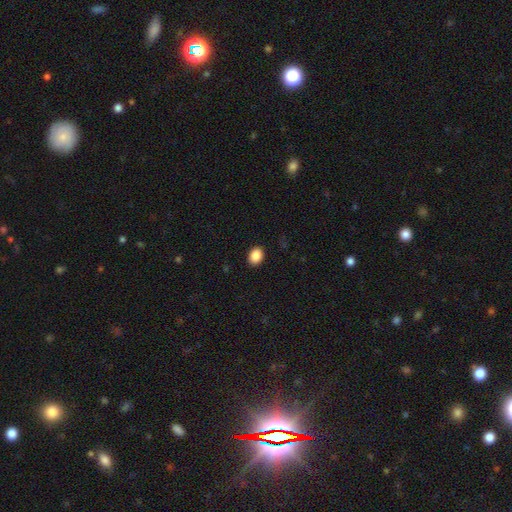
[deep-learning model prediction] Morphology: type=smooth (88%); roundness=in between (62%); merging=none (91%).